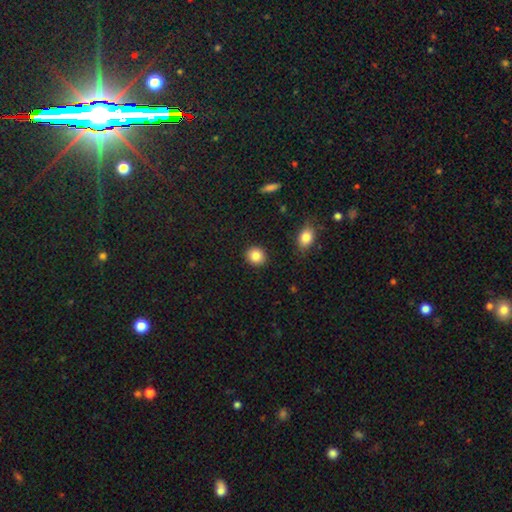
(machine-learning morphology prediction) Smooth or featured? Predicted: smooth (p=0.86). How rounded? Predicted: round (p=0.78). Merging? Predicted: none (p=0.90).